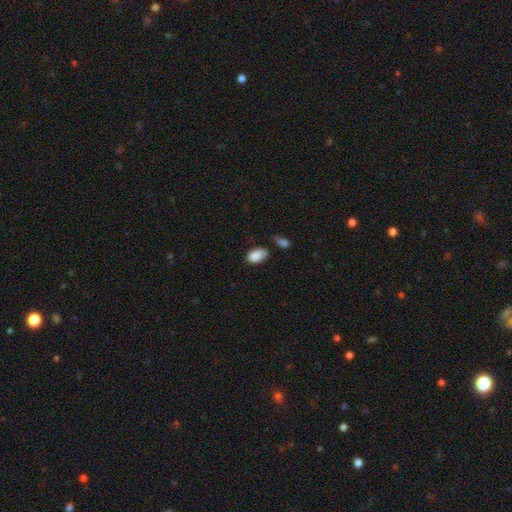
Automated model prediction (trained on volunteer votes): This appears to be a smooth galaxy with no disk features (87%) that is in between round and cigar-shaped (92%). Merging: none (49%).